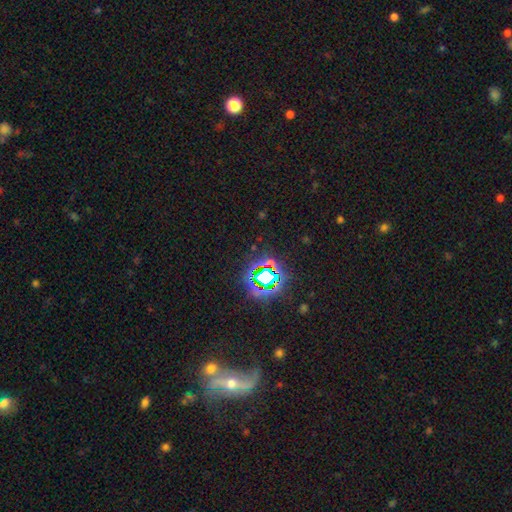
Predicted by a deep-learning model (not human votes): star or artifact 69%, smooth 17%, featured or disk 14%.